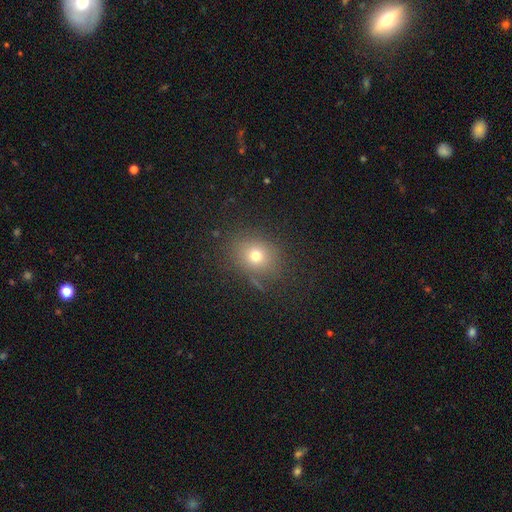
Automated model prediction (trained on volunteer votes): smooth-or-featured: smooth: 70% | star or artifact: 18% | featured or disk: 11%
  how-rounded: round: 67% | in between: 31% | cigar-shaped: 1%
  merging: none: 80% | minor disturbance: 12% | major disturbance: 5% | merger: 3%